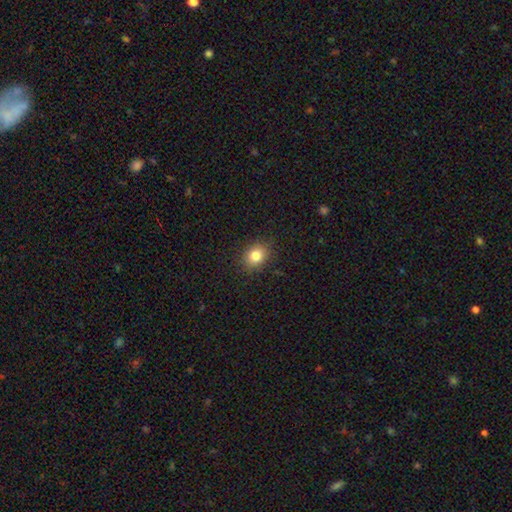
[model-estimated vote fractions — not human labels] Smooth or featured: smooth — 82% (star or artifact — 11%)
How rounded: round — 53% (in between — 46%)
Merging: none — 88% (minor disturbance — 9%)